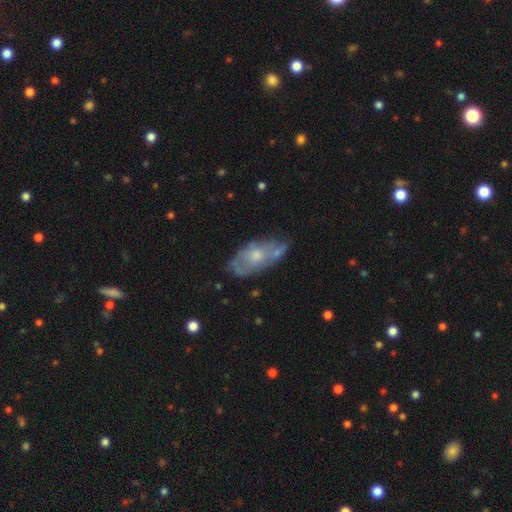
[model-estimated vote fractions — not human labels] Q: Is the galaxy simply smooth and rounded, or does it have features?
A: featured or disk — 53%.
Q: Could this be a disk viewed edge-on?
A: no — 89%.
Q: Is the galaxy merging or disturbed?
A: none — 51%.